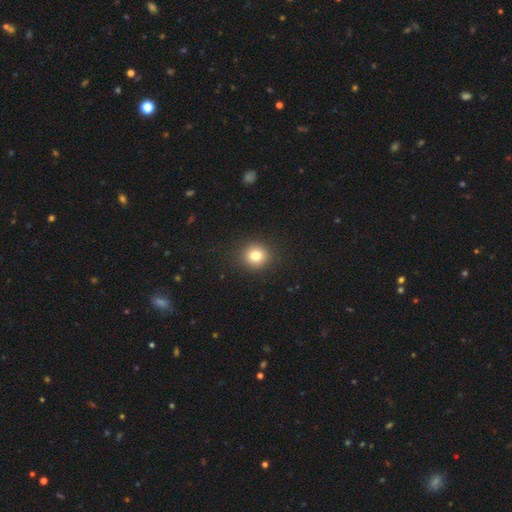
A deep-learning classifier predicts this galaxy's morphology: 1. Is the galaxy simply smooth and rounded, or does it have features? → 80% smooth, 12% star or artifact, 8% featured or disk.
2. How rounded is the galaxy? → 88% round, 11% in between, 1% cigar-shaped.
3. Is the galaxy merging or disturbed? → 90% none, 6% minor disturbance, 3% major disturbance, 1% merger.